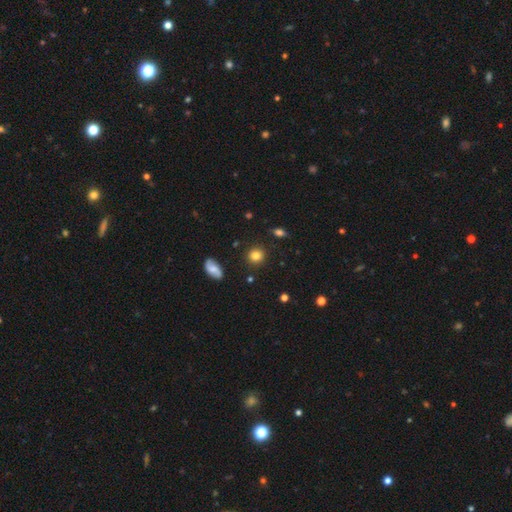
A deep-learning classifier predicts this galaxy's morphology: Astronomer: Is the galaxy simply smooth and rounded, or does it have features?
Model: smooth — 81%.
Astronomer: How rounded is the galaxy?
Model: round — 87%.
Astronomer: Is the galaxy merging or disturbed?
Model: none — 87%.